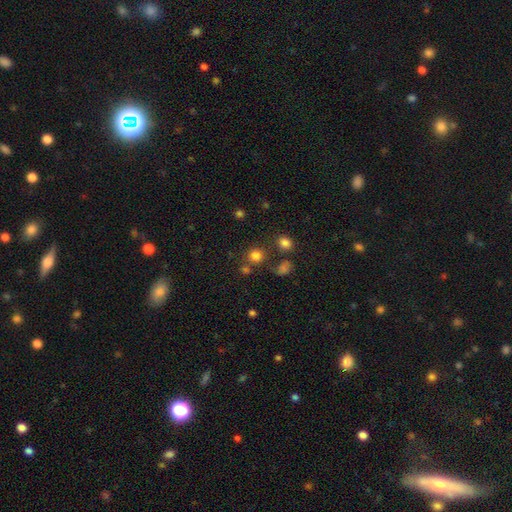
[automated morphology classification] A smooth galaxy with no disk features (79%) that is round (86%).

Vote fractions:
- Smooth or featured? smooth: 79% / star or artifact: 15% / featured or disk: 6%
- How rounded? round: 86% / in between: 13% / cigar-shaped: 1%
- Merging? none: 70% / merger: 14% / minor disturbance: 10% / major disturbance: 5%